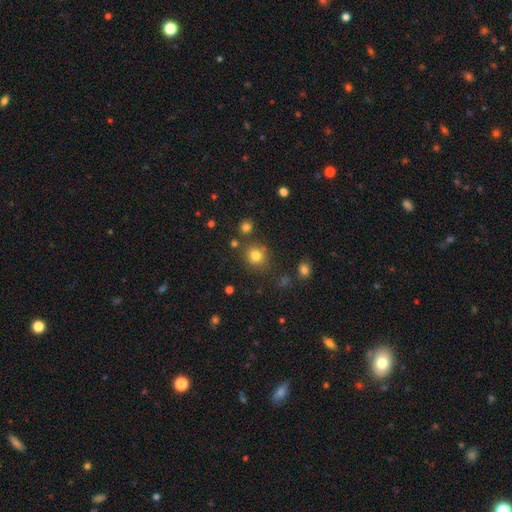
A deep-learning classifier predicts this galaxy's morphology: Smooth or featured?
  - smooth: 80% *
  - star or artifact: 14%
  - featured or disk: 6%
How rounded?
  - round: 87% *
  - in between: 12%
  - cigar-shaped: 1%
Merging?
  - none: 80% *
  - minor disturbance: 10%
  - merger: 6%
  - major disturbance: 4%